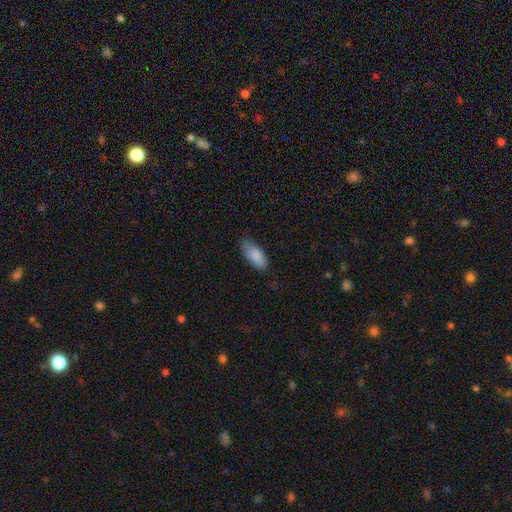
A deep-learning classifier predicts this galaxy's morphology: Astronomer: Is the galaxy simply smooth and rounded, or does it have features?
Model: smooth — 86%.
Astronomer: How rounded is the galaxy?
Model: in between — 86%.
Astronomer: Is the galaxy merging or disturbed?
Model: none — 71%.